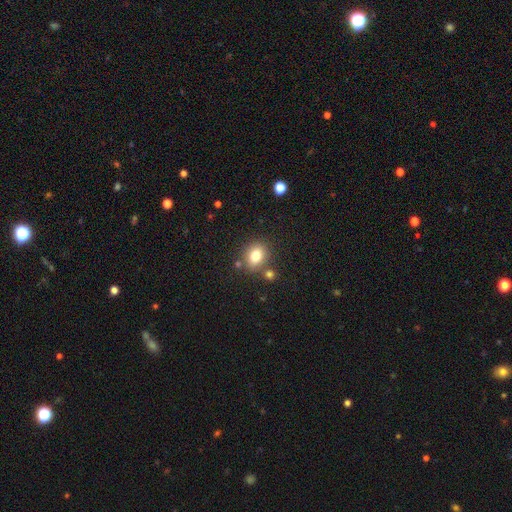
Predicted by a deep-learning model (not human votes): This is likely a smooth galaxy (79%). How rounded: possibly round (55%). Merging: likely none (73%).